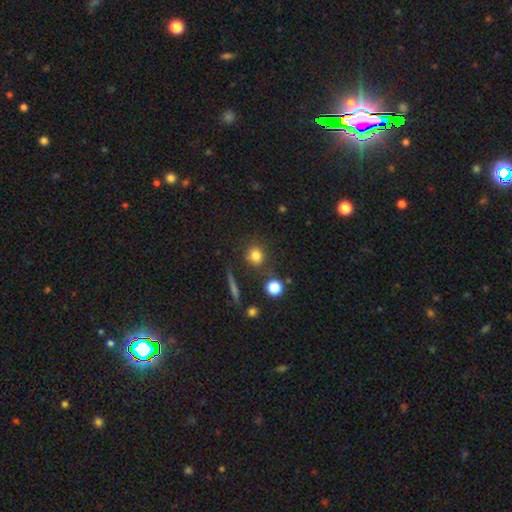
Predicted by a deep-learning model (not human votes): Smooth or featured: smooth — 80% (star or artifact — 12%)
How rounded: round — 85% (in between — 13%)
Merging: none — 79% (minor disturbance — 10%)